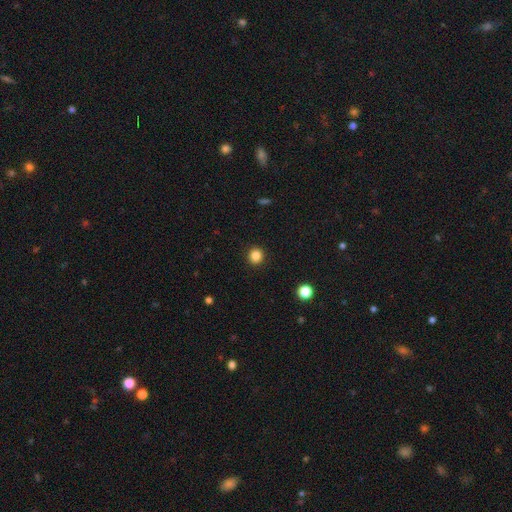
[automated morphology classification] Smooth or featured?
  - smooth: 85% *
  - star or artifact: 11%
  - featured or disk: 4%
How rounded?
  - round: 90% *
  - in between: 9%
  - cigar-shaped: 1%
Merging?
  - none: 93% *
  - minor disturbance: 5%
  - major disturbance: 2%
  - merger: 1%